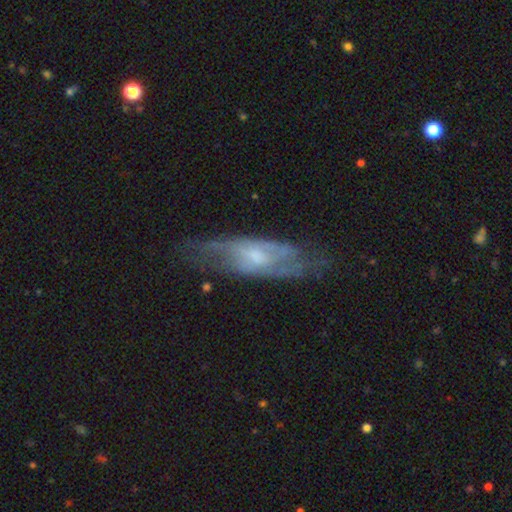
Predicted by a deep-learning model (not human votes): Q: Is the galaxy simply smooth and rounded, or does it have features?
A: featured or disk — 70%.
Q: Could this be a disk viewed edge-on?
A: no — 72%.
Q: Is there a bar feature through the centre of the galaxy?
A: no — 54%.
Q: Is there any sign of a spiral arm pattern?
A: yes — 73%.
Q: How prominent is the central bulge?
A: small — 46%.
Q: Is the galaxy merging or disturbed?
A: none — 64%.